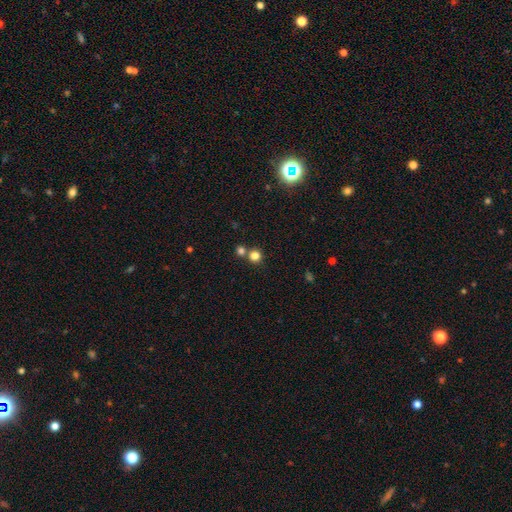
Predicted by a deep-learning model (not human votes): Smooth or featured? smooth (80%)
How rounded? round (91%)
Merging? none (64%)